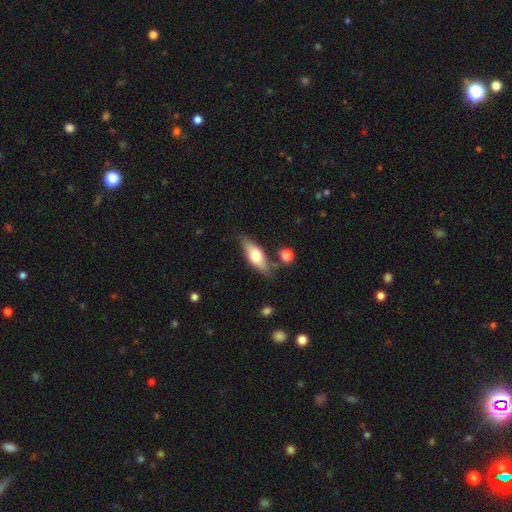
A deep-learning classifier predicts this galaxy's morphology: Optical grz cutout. It shows a smooth galaxy with no disk features (59%) that is in between round and cigar-shaped (62%). Merging: none (73%).